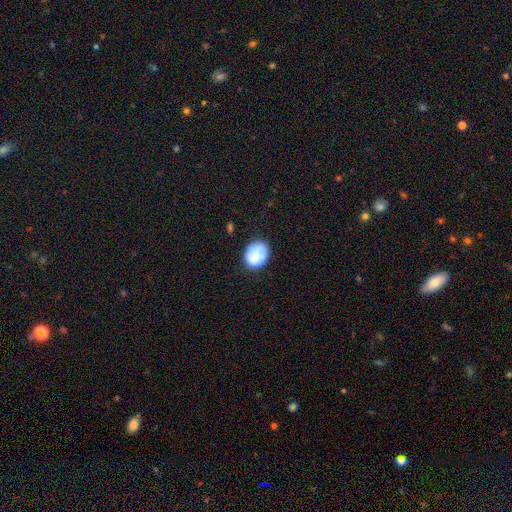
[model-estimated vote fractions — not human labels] Smooth or featured: smooth — 83% (featured or disk — 10%)
How rounded: in between — 50% (round — 49%)
Merging: none — 71% (minor disturbance — 22%)